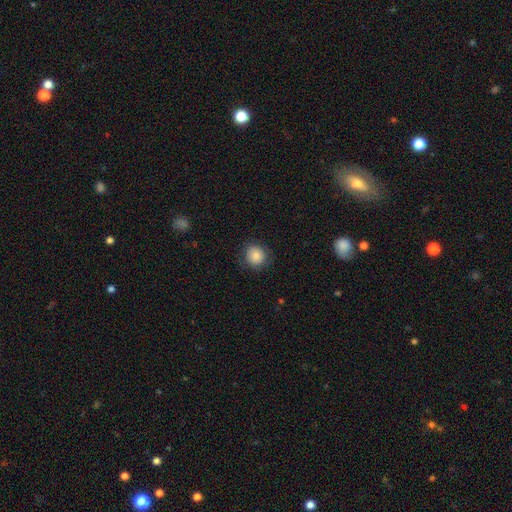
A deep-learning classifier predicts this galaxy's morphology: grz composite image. It shows a smooth galaxy with no disk features (85%) that is round (88%). Merging: none (85%).